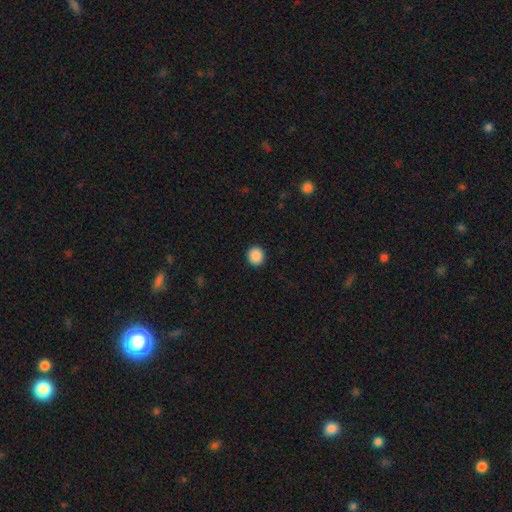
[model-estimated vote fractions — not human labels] This appears to be a smooth galaxy with no disk features (89%) that is round (86%). Merging: none (93%).